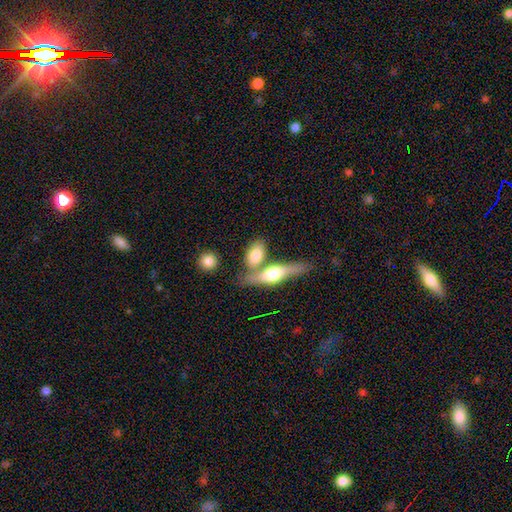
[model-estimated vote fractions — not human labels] Smooth or featured? smooth (69%)
How rounded? in between (80%)
Merging? none (50%)